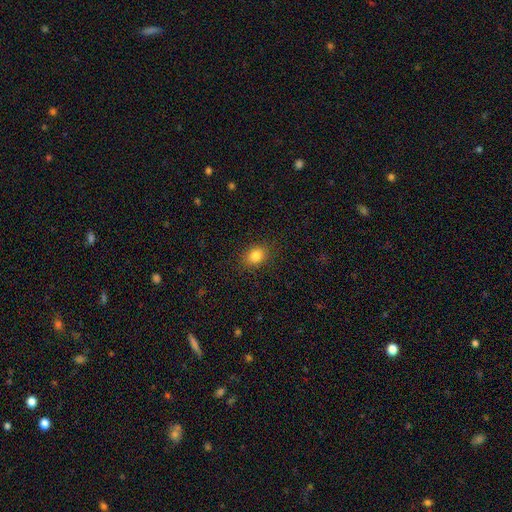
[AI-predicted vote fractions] A smooth galaxy with no disk features (82%) that is in between round and cigar-shaped (57%).

Vote fractions:
- Smooth or featured? smooth: 82% / star or artifact: 11% / featured or disk: 7%
- How rounded? in between: 57% / round: 42% / cigar-shaped: 1%
- Merging? none: 87% / minor disturbance: 9% / major disturbance: 3% / merger: 1%